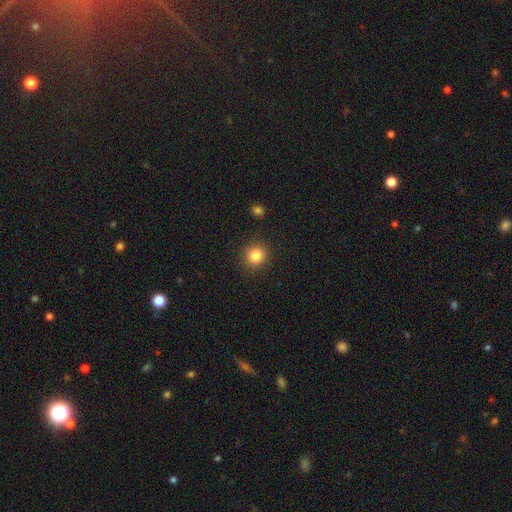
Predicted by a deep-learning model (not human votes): smooth_or_featured: smooth (p=0.84) [alt: star or artifact p=0.11]
how_rounded: round (p=0.86) [alt: in between p=0.13]
merging: none (p=0.89) [alt: minor disturbance p=0.07]